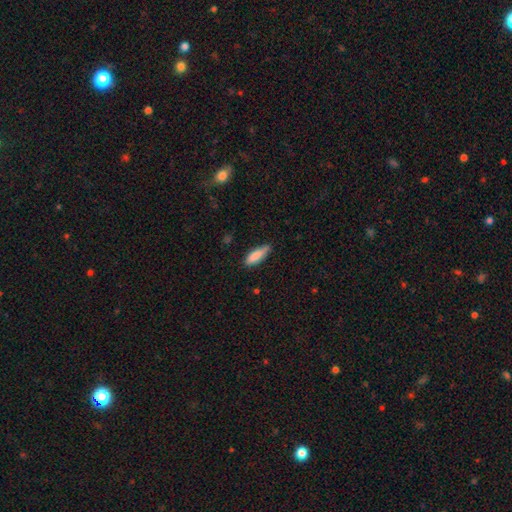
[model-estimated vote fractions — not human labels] This is clearly a smooth galaxy (85%). How rounded: possibly in between (53%). Merging: likely none (70%).